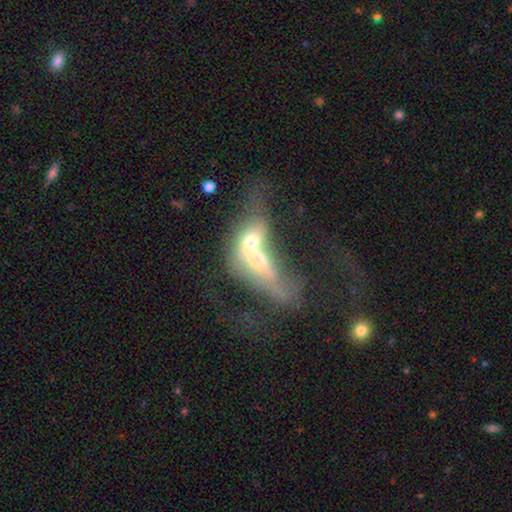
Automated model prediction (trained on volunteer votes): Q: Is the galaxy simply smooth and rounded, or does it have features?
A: featured or disk — 52%.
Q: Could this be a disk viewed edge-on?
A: no — 84%.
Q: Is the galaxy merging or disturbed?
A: merger — 80%.